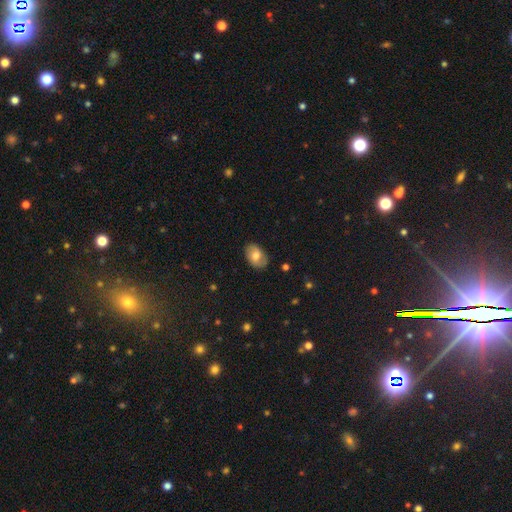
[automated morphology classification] Smooth or featured? smooth (61%)
How rounded? in between (87%)
Merging? none (80%)